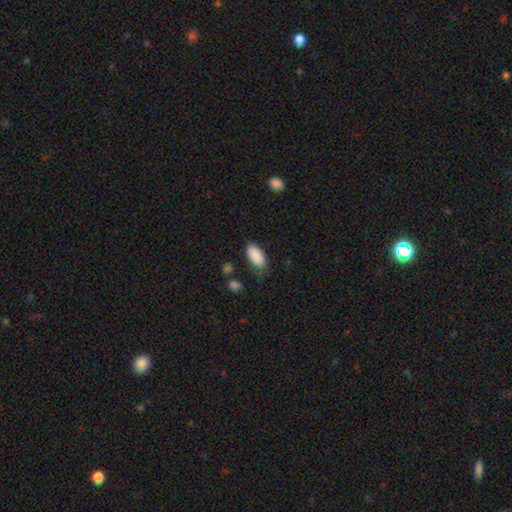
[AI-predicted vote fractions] Overall: smooth (88%). How rounded: in between (93%). Merging: none (62%; minor disturbance 26%).